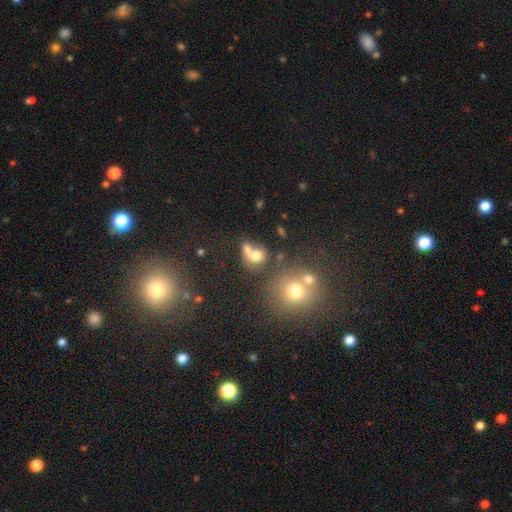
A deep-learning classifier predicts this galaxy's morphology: type=smooth (68%); roundness=round (62%); merging=merger (46%).